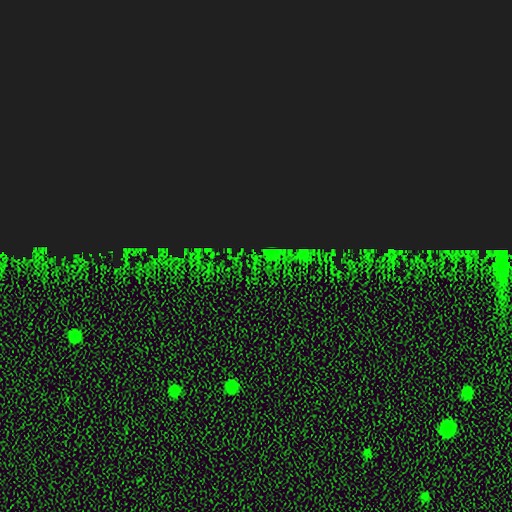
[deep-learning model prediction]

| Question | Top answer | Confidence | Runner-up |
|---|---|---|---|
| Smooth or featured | star or artifact | 82% | smooth (10%) |